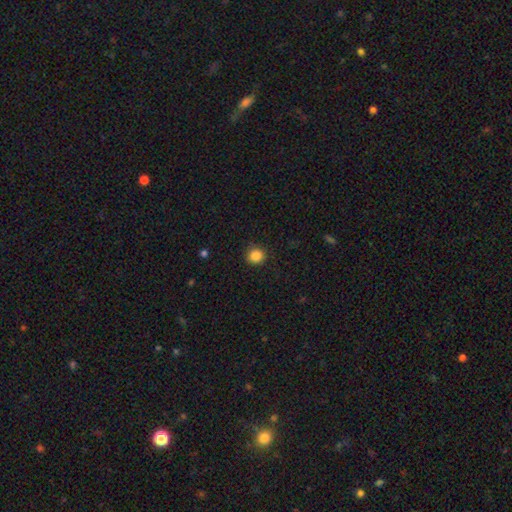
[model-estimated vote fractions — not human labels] Overall: smooth (86%). How rounded: round (91%). Merging: none (90%).